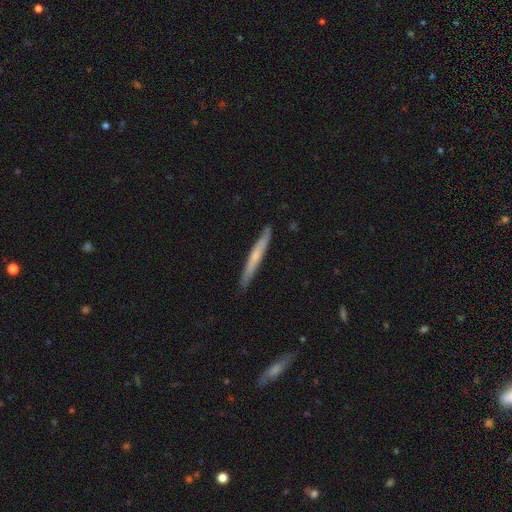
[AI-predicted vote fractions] Overall: smooth (49%; featured or disk 45%). Merging: none (87%).